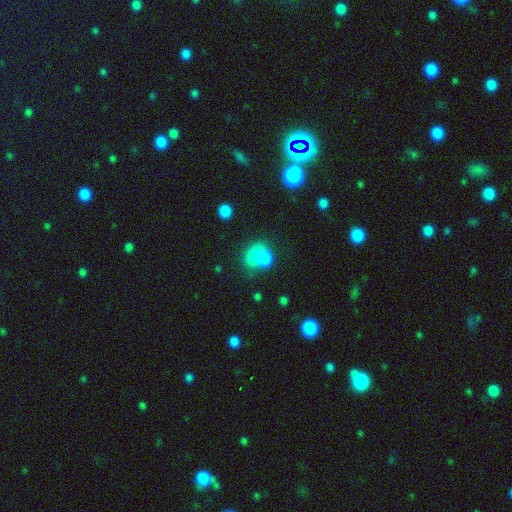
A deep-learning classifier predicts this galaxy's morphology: A smooth galaxy with no disk features (73%) that is round (54%). Merging: merger (62%).